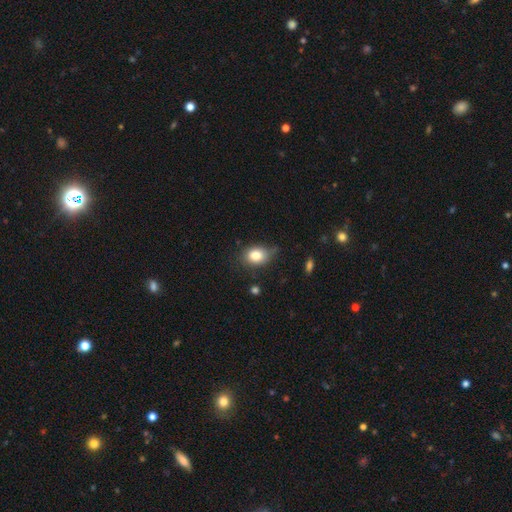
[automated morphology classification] Smooth or featured?
  - smooth: 81% *
  - star or artifact: 9%
  - featured or disk: 9%
How rounded?
  - in between: 61% *
  - round: 38%
  - cigar-shaped: 1%
Merging?
  - none: 65% *
  - minor disturbance: 26%
  - major disturbance: 6%
  - merger: 3%